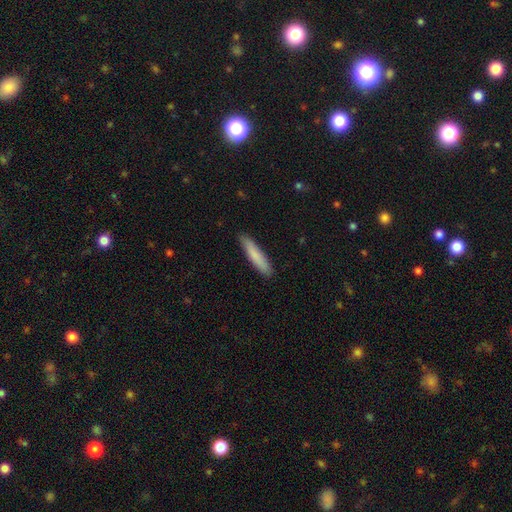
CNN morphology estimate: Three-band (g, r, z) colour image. It shows a smooth galaxy with no disk features (82%) that is cigar-shaped (88%). Merging: none (89%).